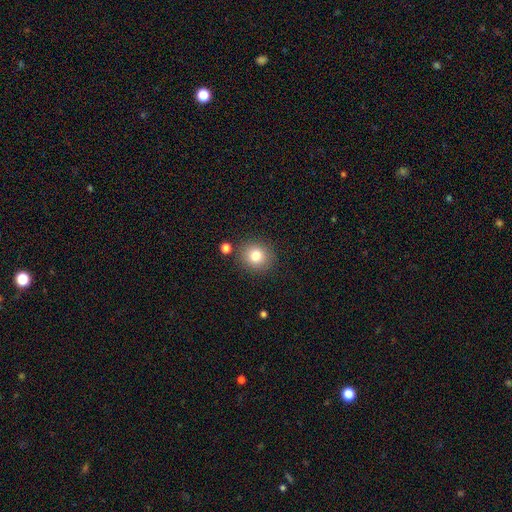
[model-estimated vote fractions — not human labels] smooth_or_featured: smooth (p=0.80) [alt: star or artifact p=0.11]
how_rounded: round (p=0.86) [alt: in between p=0.13]
merging: none (p=0.85) [alt: minor disturbance p=0.08]